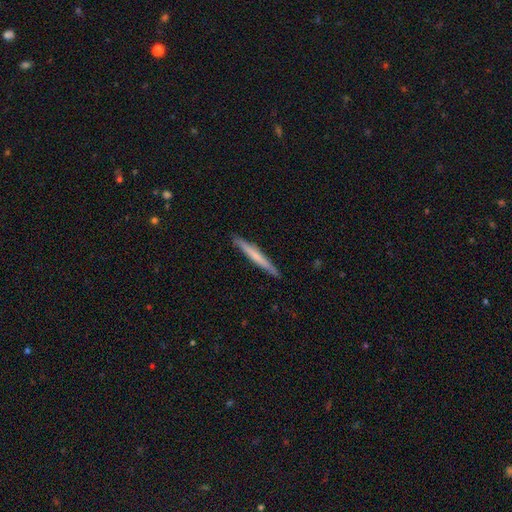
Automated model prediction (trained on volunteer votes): This appears to be a smooth galaxy with no disk features (55%) that is cigar-shaped (97%). Merging: none (91%).